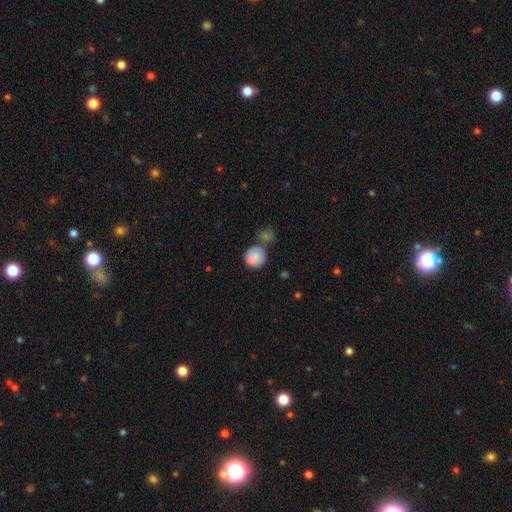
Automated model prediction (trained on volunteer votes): Smooth or featured?
  - smooth: 80% *
  - featured or disk: 13%
  - star or artifact: 7%
How rounded?
  - round: 87% *
  - in between: 12%
  - cigar-shaped: 1%
Merging?
  - none: 48% *
  - merger: 31%
  - minor disturbance: 16%
  - major disturbance: 6%